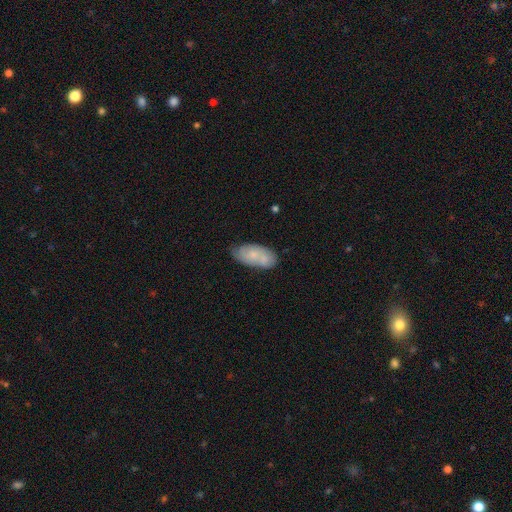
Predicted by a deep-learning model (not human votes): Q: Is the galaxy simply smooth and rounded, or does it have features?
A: smooth — 53%.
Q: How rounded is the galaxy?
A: in between — 90%.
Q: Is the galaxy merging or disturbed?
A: none — 66%.